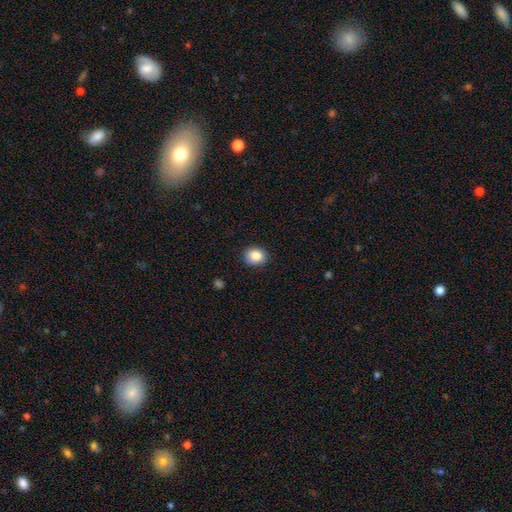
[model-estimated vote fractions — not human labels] smooth_or_featured: smooth (p=0.86) [alt: star or artifact p=0.09]
how_rounded: round (p=0.67) [alt: in between p=0.32]
merging: none (p=0.87) [alt: minor disturbance p=0.09]